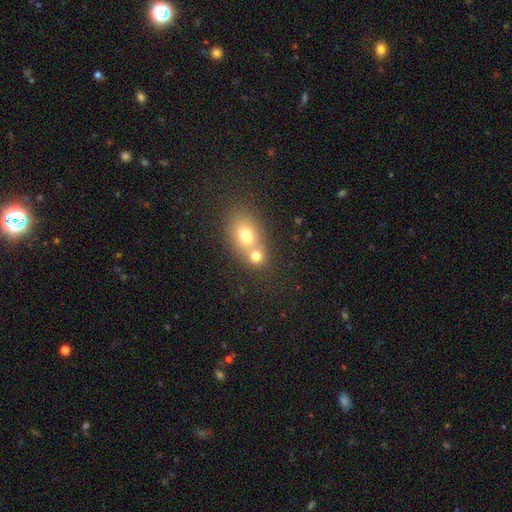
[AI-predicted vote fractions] This appears to be a smooth galaxy with no disk features (72%) that is round (59%). Merging: merger (57%).